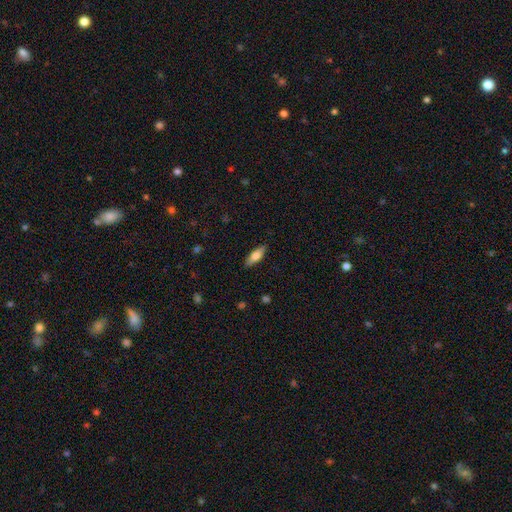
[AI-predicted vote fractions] smooth-or-featured: smooth: 68% | featured or disk: 26% | star or artifact: 6%
  how-rounded: in between: 58% | cigar-shaped: 40% | round: 2%
  merging: none: 87% | minor disturbance: 10% | major disturbance: 2% | merger: 1%